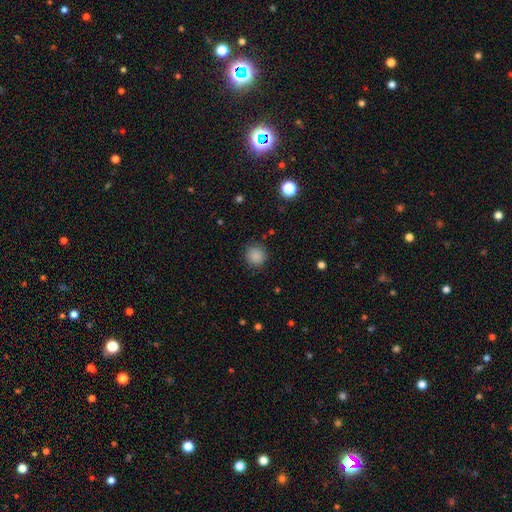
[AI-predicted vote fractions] This appears to be a smooth galaxy with no disk features (87%) that is round (93%). Merging: none (86%).